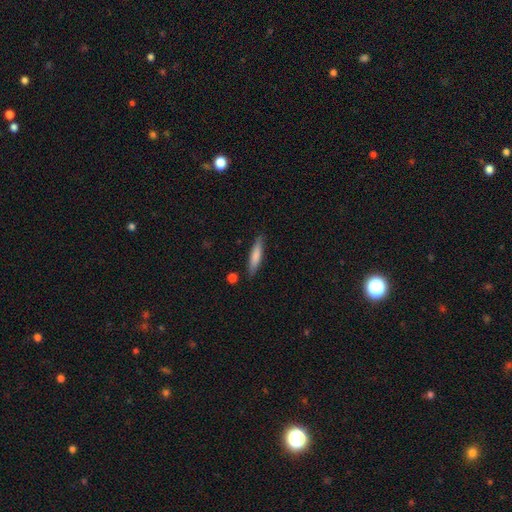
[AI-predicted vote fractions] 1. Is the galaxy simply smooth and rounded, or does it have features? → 74% smooth, 21% featured or disk, 6% star or artifact.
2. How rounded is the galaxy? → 85% cigar-shaped, 13% in between, 1% round.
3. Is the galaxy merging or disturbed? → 86% none, 10% minor disturbance, 2% merger, 2% major disturbance.